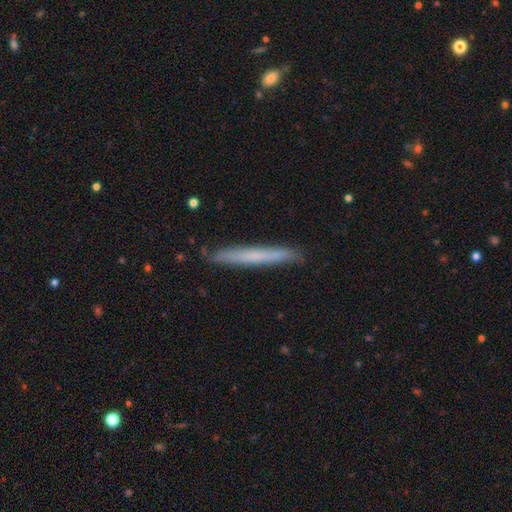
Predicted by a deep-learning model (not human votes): A smooth galaxy with no disk features (58%) that is cigar-shaped (97%).

Vote fractions:
- Smooth or featured? smooth: 58% / featured or disk: 36% / star or artifact: 6%
- How rounded? cigar-shaped: 97% / in between: 2% / round: 1%
- Merging? none: 89% / minor disturbance: 9% / major disturbance: 1% / merger: 1%